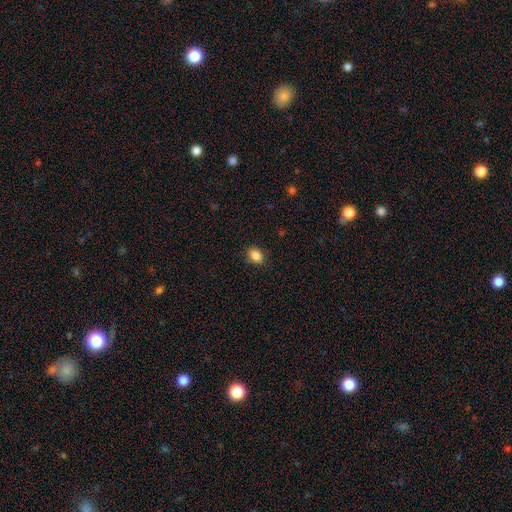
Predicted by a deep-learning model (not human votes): Overall: smooth (87%). How rounded: in between (70%). Merging: none (86%).